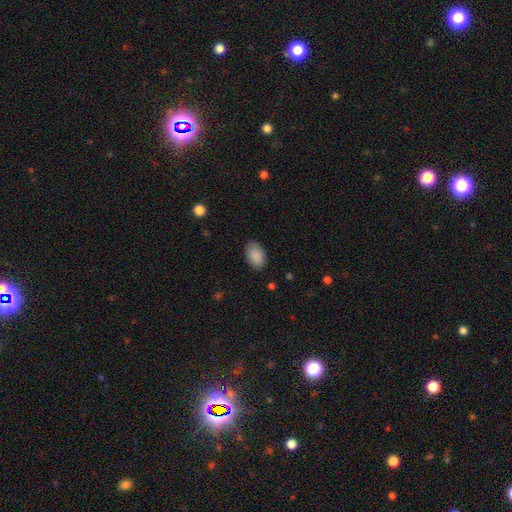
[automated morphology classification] Overall: smooth (90%). How rounded: in between (90%). Merging: none (83%).